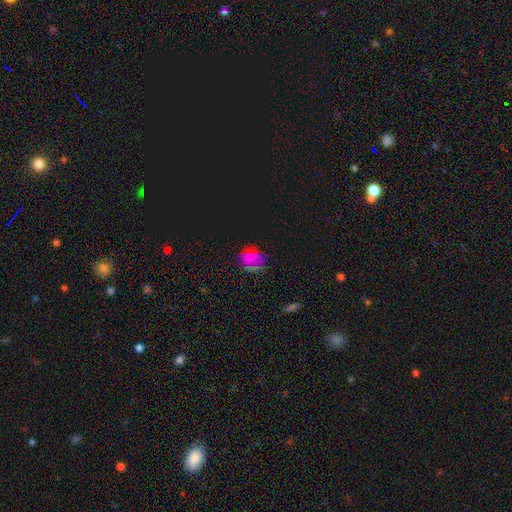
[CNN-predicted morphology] This is marginally a smooth galaxy (45%). Merging: likely none (70%).